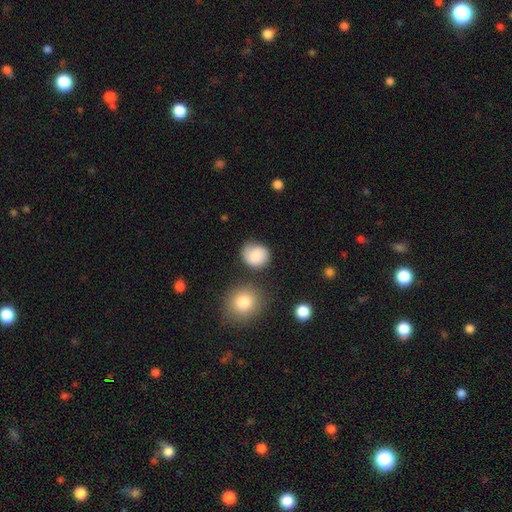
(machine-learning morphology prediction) Smooth or featured?
  - smooth: 77% *
  - featured or disk: 15%
  - star or artifact: 8%
How rounded?
  - round: 82% *
  - in between: 17%
  - cigar-shaped: 1%
Merging?
  - none: 69% *
  - minor disturbance: 20%
  - major disturbance: 6%
  - merger: 5%